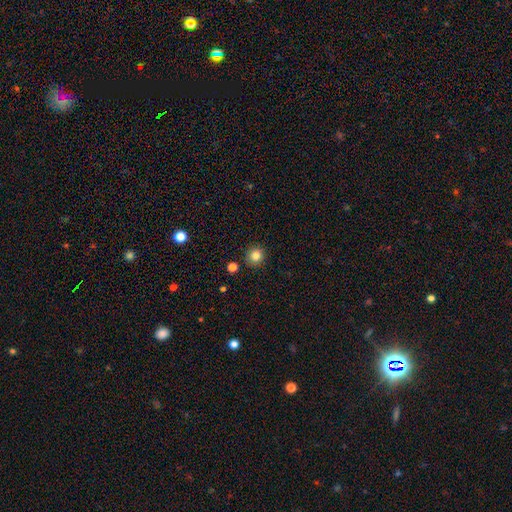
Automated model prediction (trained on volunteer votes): Smooth or featured? Predicted: smooth (p=0.84). How rounded? Predicted: round (p=0.89). Merging? Predicted: none (p=0.89).